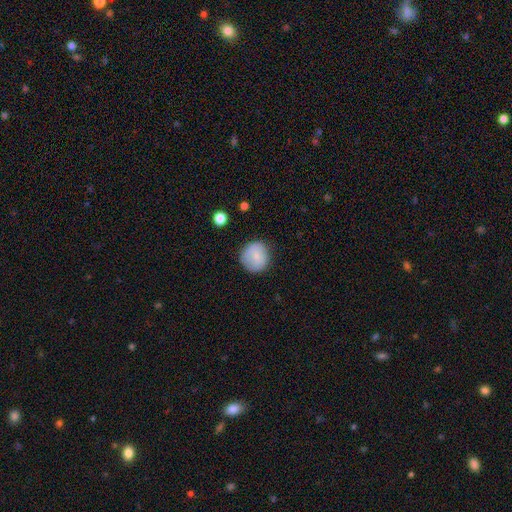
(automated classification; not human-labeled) A smooth galaxy with no disk features (81%) that is round (91%). Merging: none (79%).